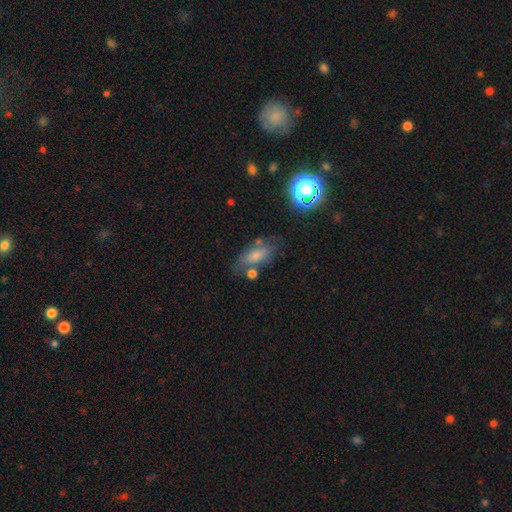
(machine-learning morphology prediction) Overall: smooth (59%; featured or disk 21%). How rounded: in between (74%). Merging: none (66%).